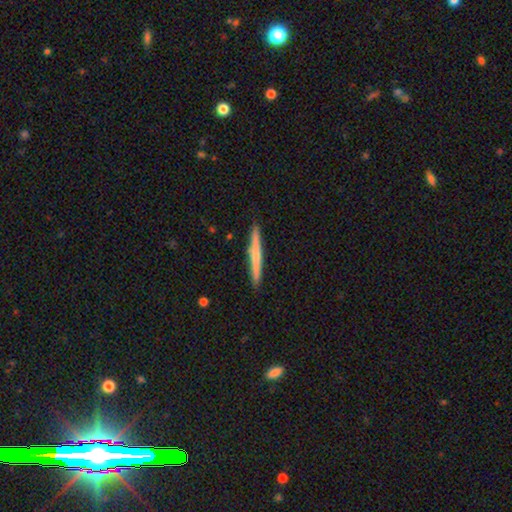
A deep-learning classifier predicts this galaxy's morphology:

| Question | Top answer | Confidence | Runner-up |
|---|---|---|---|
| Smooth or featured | smooth | 50% | featured or disk (45%) |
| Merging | none | 91% | minor disturbance (7%) |